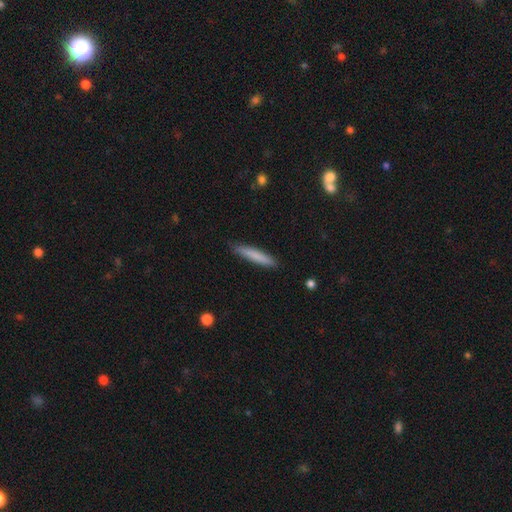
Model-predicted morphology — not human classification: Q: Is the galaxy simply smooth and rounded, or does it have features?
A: smooth — 79%.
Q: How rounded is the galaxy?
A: cigar-shaped — 93%.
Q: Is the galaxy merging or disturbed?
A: none — 87%.